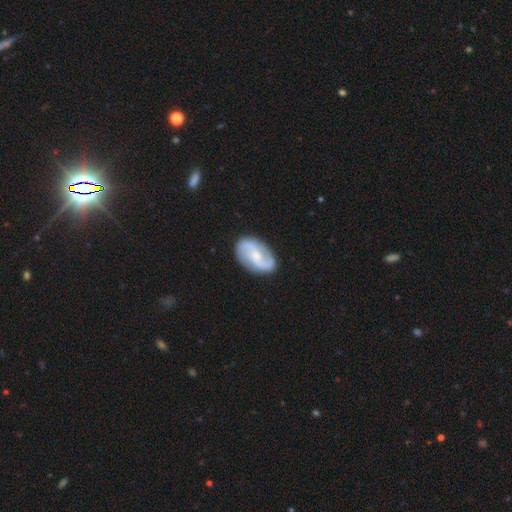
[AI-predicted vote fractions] smooth_or_featured: featured or disk (p=0.81) [alt: smooth p=0.15]
disk_edge_on: no (p=0.97) [alt: yes p=0.03]
bar: no (p=0.44) [alt: weak p=0.43]
has_spiral_arms: yes (p=0.95) [alt: no p=0.05]
spiral_winding: loose (p=0.43) [alt: medium p=0.41]
spiral_arm_count: 2 (p=0.91) [alt: can't tell p=0.04]
bulge_size: small (p=0.50) [alt: moderate p=0.42]
merging: none (p=0.85) [alt: minor disturbance p=0.11]